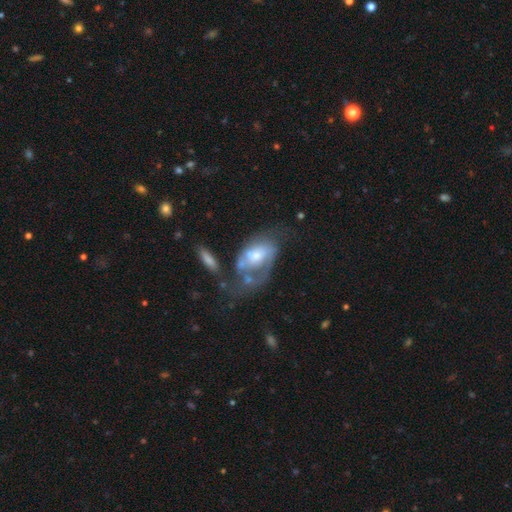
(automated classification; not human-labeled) Smooth or featured?
  - featured or disk: 62% *
  - smooth: 31%
  - star or artifact: 7%
Edge-on disk?
  - no: 95% *
  - yes: 5%
Bar?
  - no: 66% *
  - weak: 28%
  - strong: 6%
Spiral arms?
  - yes: 71% *
  - no: 29%
Bulge size?
  - moderate: 43% *
  - small: 40%
  - large: 10%
  - none: 5%
  - dominant: 2%
Merging?
  - major disturbance: 40% *
  - none: 25%
  - minor disturbance: 19%
  - merger: 16%